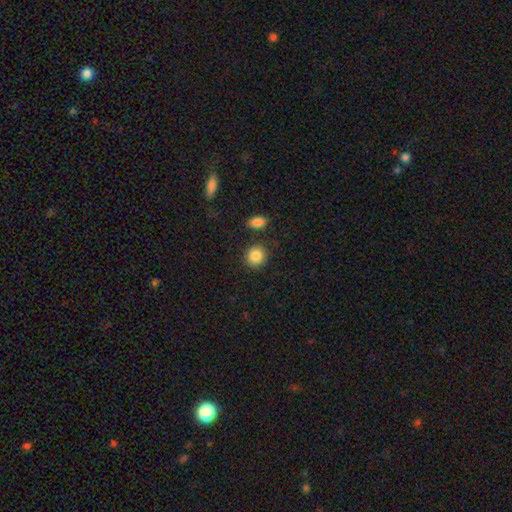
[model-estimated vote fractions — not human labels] The model was most divided on "how rounded": round: 83%, in between: 16%, cigar-shaped: 1%. More confident: smooth or featured — smooth (88%); merging — none (85%).